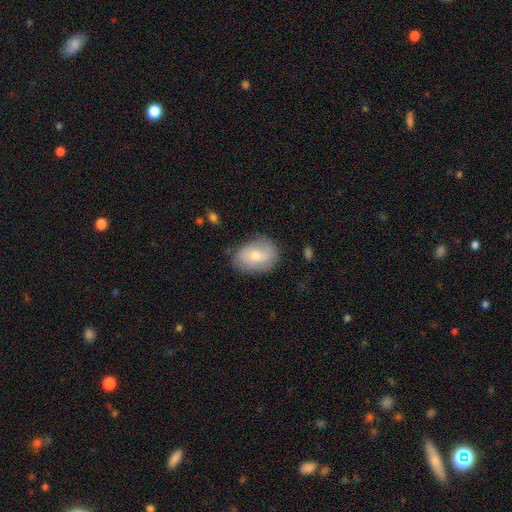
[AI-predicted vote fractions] Q: Smooth or featured?
A: smooth (55%); runner-up: featured or disk (37%)
Q: How rounded?
A: in between (68%); runner-up: round (31%)
Q: Merging?
A: none (73%); runner-up: minor disturbance (20%)